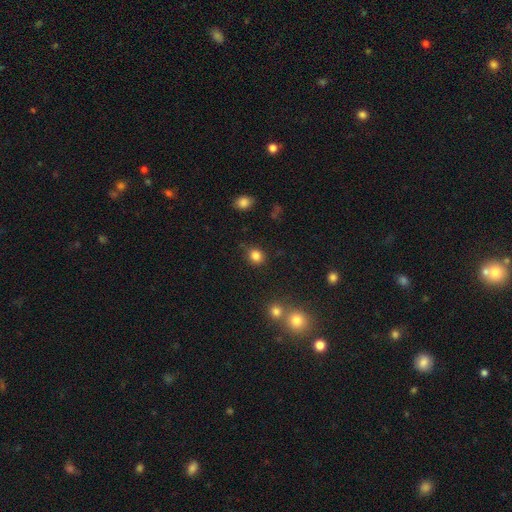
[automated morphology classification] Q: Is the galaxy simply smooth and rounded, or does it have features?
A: smooth — 83%.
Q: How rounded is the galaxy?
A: round — 73%.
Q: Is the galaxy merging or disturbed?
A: none — 85%.